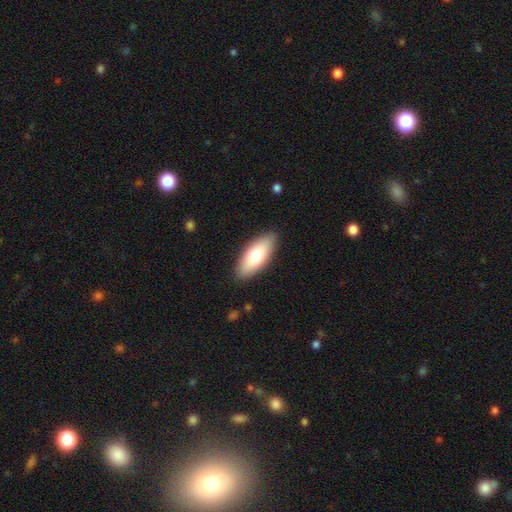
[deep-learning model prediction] Morphology: type=smooth (73%); roundness=in between (80%); merging=none (88%).